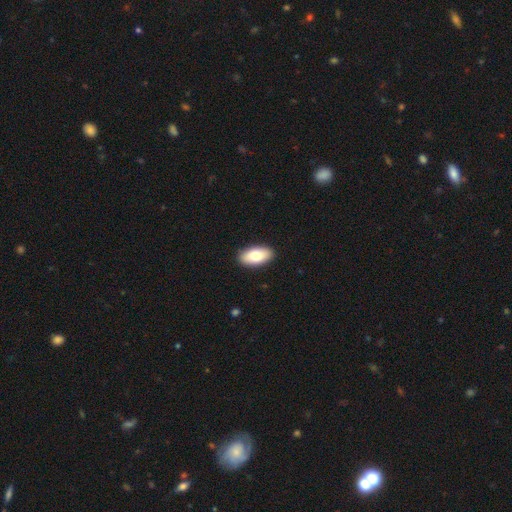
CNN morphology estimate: This appears to be a smooth galaxy with no disk features (78%) that is in between round and cigar-shaped (93%). Merging: none (90%).